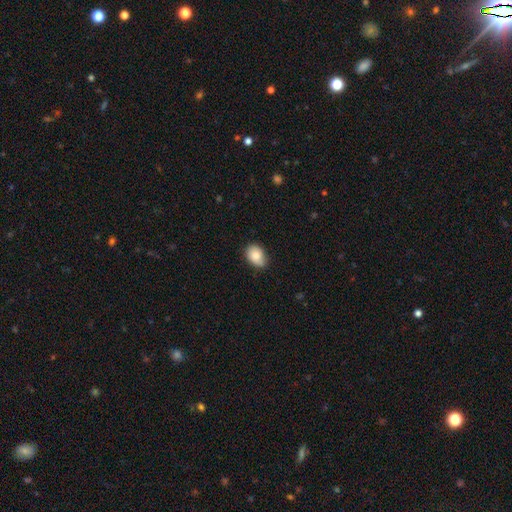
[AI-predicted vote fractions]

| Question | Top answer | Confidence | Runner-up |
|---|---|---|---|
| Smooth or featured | smooth | 84% | featured or disk (8%) |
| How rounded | in between | 74% | round (25%) |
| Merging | none | 71% | minor disturbance (24%) |